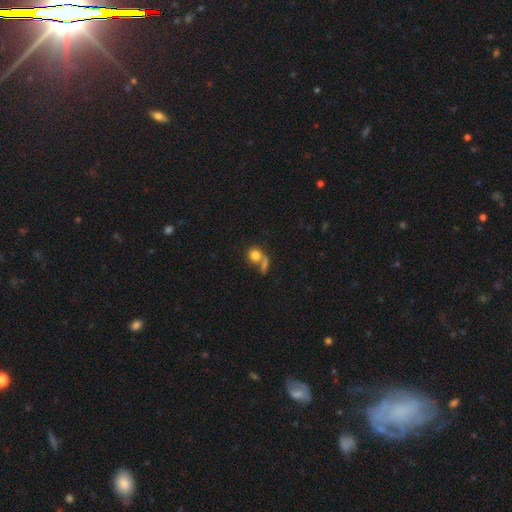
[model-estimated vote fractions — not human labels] Smooth or featured? smooth (77%)
How rounded? round (80%)
Merging? none (42%)